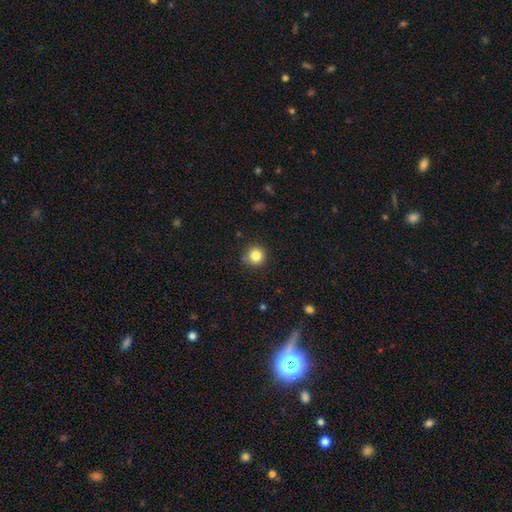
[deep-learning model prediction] This appears to be a smooth galaxy with no disk features (83%) that is round (94%). Merging: none (85%).